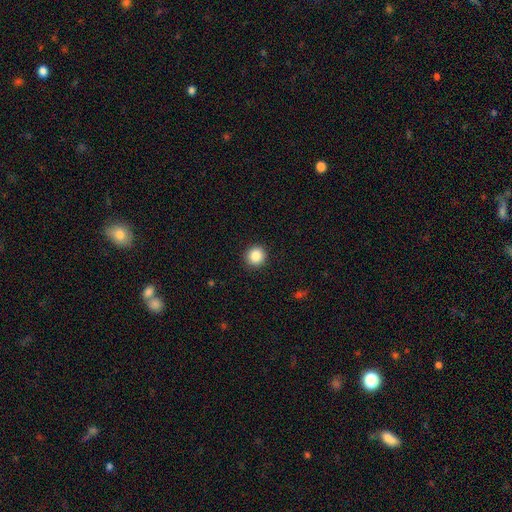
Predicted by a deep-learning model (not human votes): smooth 87%, star or artifact 10%, featured or disk 4%. Down the decision tree: how rounded — round (93%); merging — none (92%).